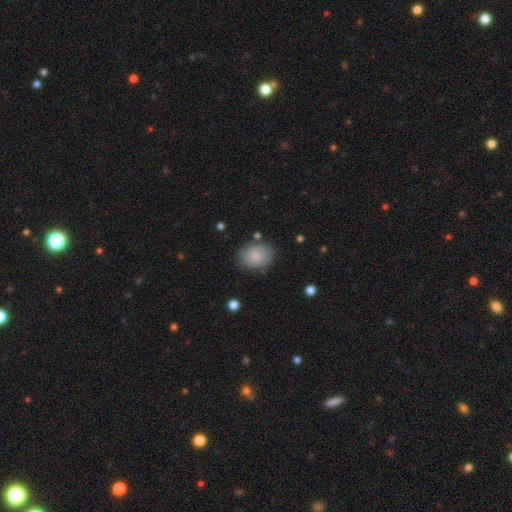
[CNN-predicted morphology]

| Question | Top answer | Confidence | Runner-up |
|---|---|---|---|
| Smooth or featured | smooth | 83% | featured or disk (10%) |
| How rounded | in between | 70% | round (29%) |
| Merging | none | 76% | minor disturbance (17%) |